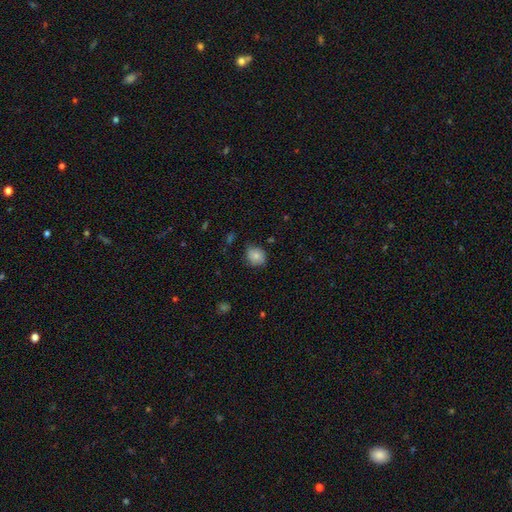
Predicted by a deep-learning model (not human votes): This is clearly a smooth galaxy (81%). How rounded: likely round (65%). Merging: likely none (75%).